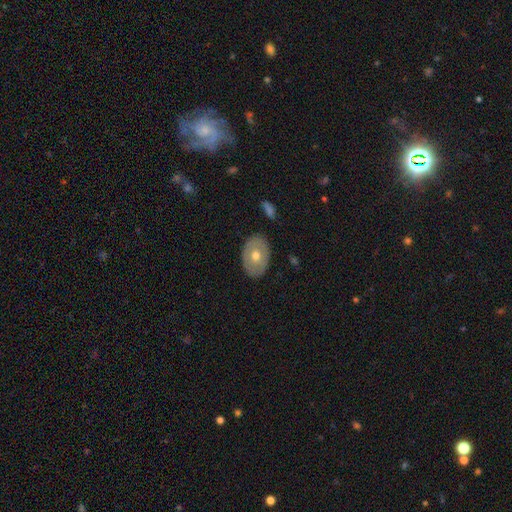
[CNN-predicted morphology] Overall: smooth (52%; featured or disk 43%). How rounded: in between (79%). Merging: none (85%).